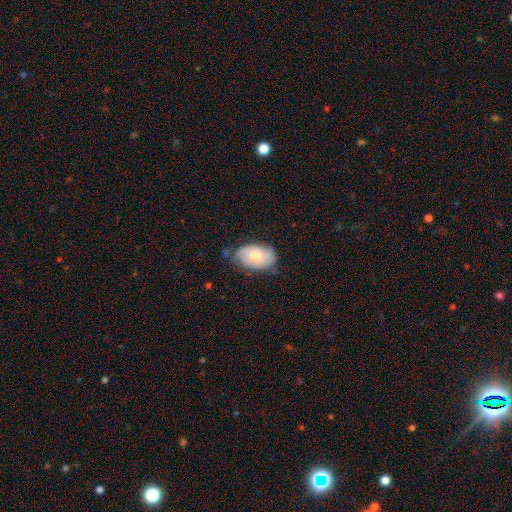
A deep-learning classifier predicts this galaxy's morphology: This appears to be a smooth galaxy with no disk features (58%) that is in between round and cigar-shaped (92%). Merging: none (64%).